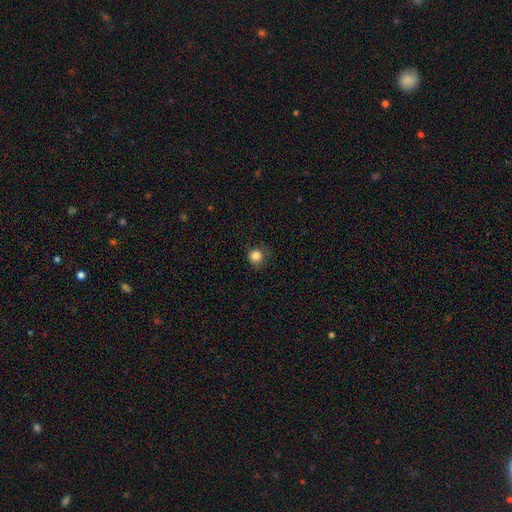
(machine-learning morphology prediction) type=smooth (84%); roundness=round (92%); merging=none (80%).